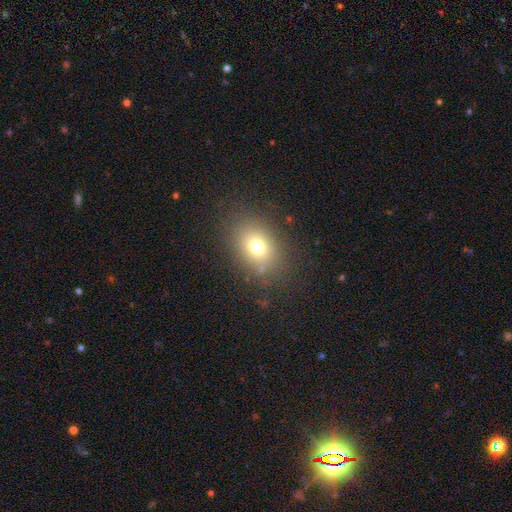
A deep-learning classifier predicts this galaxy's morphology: smooth-or-featured: smooth: 70% | star or artifact: 18% | featured or disk: 11%
  how-rounded: in between: 60% | round: 38% | cigar-shaped: 1%
  merging: none: 86% | minor disturbance: 9% | major disturbance: 3% | merger: 1%